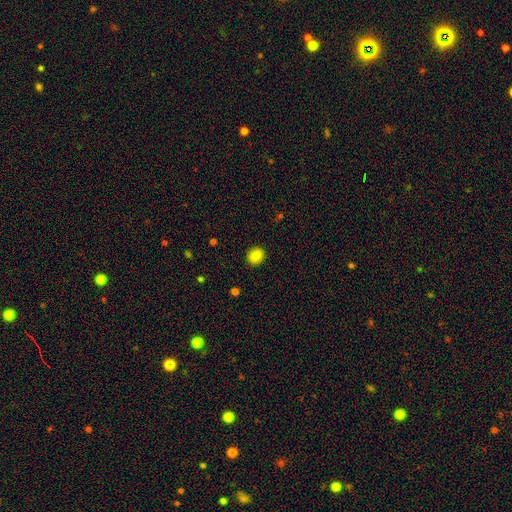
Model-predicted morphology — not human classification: Smooth or featured?
  - smooth: 84% *
  - star or artifact: 10%
  - featured or disk: 6%
How rounded?
  - round: 79% *
  - in between: 20%
  - cigar-shaped: 1%
Merging?
  - none: 91% *
  - minor disturbance: 6%
  - major disturbance: 2%
  - merger: 1%